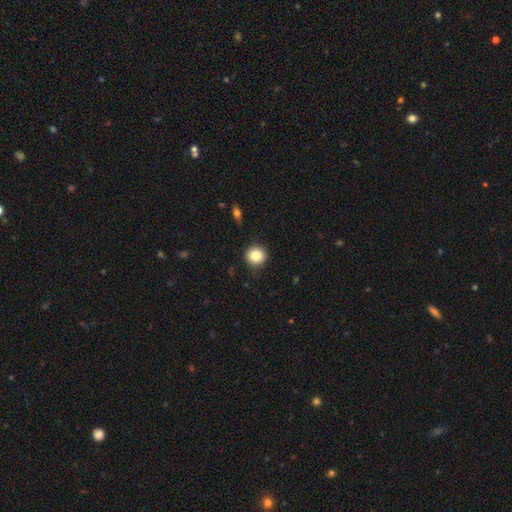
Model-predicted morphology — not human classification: Smooth or featured: smooth — 83% (star or artifact — 10%)
How rounded: round — 93% (in between — 6%)
Merging: none — 90% (minor disturbance — 7%)